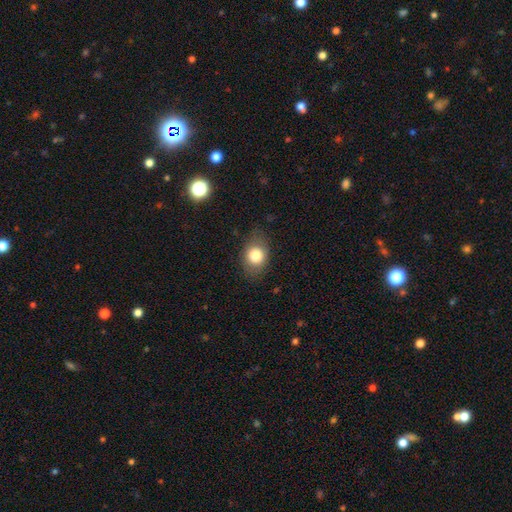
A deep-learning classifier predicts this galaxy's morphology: Smooth or featured: smooth — 79% (featured or disk — 11%)
How rounded: in between — 60% (round — 39%)
Merging: none — 78% (minor disturbance — 16%)